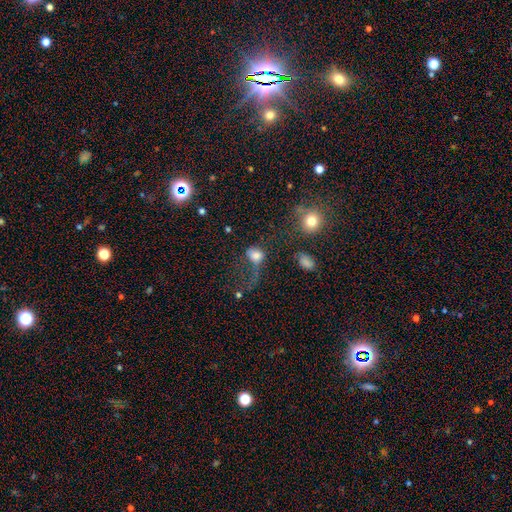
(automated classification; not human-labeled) smooth_or_featured: smooth (p=0.70) [alt: featured or disk p=0.18]
how_rounded: in between (p=0.49) [tied with: round p=0.49]
merging: major disturbance (p=0.48) [alt: none p=0.25]